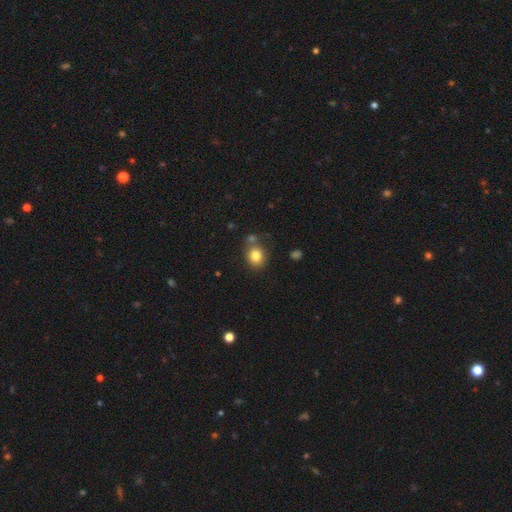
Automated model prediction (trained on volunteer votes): A smooth galaxy with no disk features (81%) that is round (72%).

Vote fractions:
- Smooth or featured? smooth: 81% / star or artifact: 11% / featured or disk: 8%
- How rounded? round: 72% / in between: 27% / cigar-shaped: 1%
- Merging? none: 70% / merger: 15% / minor disturbance: 11% / major disturbance: 3%